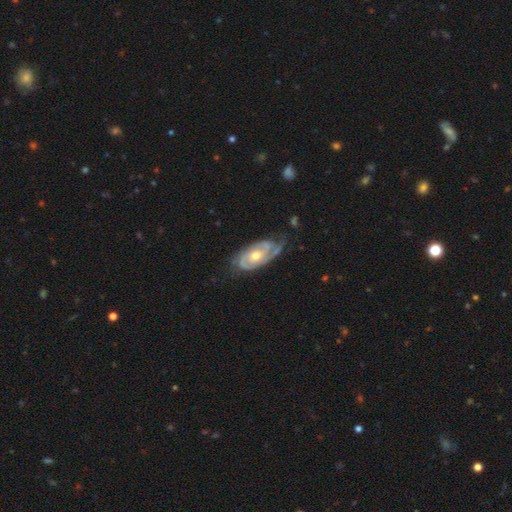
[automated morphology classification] Smooth or featured? Predicted: featured or disk (p=0.86). Edge-on disk? Predicted: no (p=0.95). Bar? Predicted: no (p=0.70). Spiral arms? Predicted: yes (p=0.95). Spiral winding? Predicted: tight (p=0.61). Spiral arm count? Predicted: 2 (p=0.64). Bulge size? Predicted: moderate (p=0.69). Merging? Predicted: none (p=0.65).